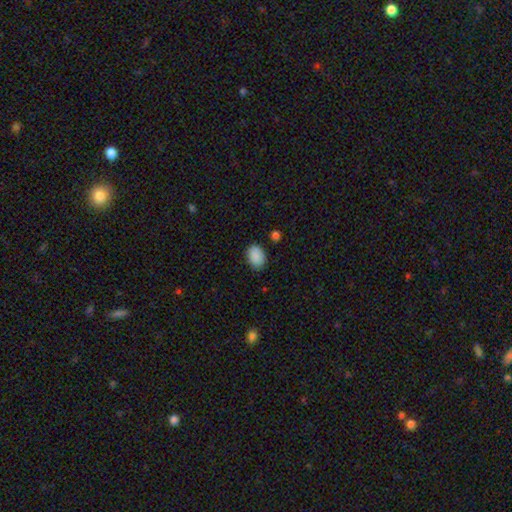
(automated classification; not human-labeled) Smooth or featured? smooth (89%)
How rounded? in between (82%)
Merging? none (84%)